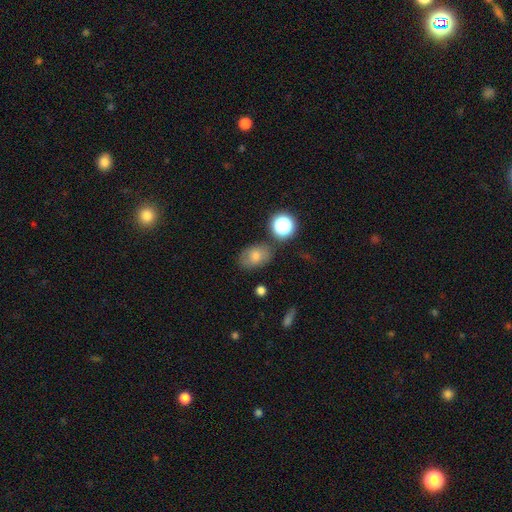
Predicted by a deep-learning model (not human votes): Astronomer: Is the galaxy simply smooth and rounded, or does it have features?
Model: smooth — 69%.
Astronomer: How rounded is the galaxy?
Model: in between — 75%.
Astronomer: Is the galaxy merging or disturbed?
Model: none — 74%.